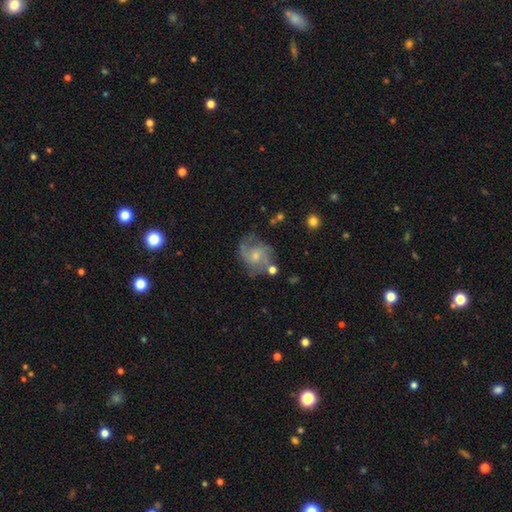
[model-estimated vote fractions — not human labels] featured or disk 68%, smooth 24%, star or artifact 8%. Down the decision tree: edge-on disk — no (98%); bar — no (57%); spiral arms — yes (88%); spiral arm count — 2 (60%); spiral winding — medium (48%); bulge size — small (49%); merging — none (57%).